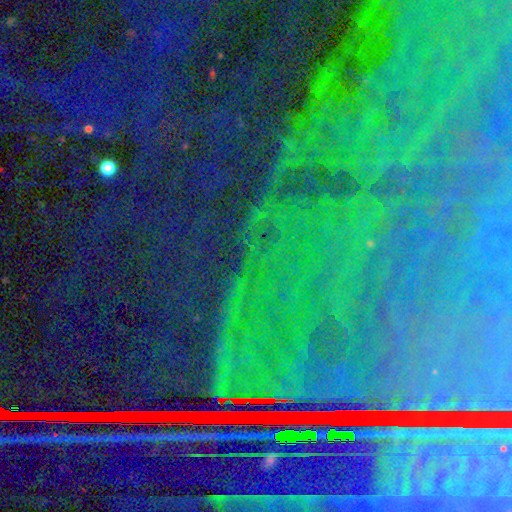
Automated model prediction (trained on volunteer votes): Q: Smooth or featured?
A: star or artifact (86%); runner-up: featured or disk (8%)